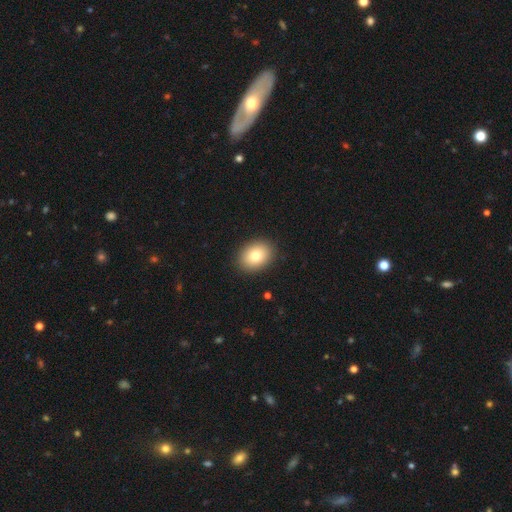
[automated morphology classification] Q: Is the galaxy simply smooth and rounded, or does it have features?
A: smooth — 81%.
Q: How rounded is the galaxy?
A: in between — 67%.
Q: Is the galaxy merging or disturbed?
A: none — 90%.